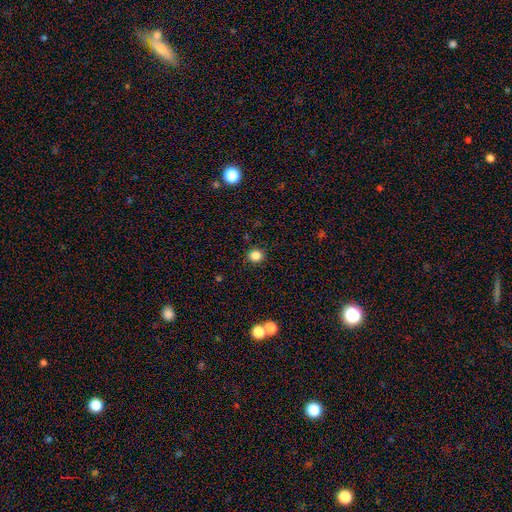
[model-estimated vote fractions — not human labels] A smooth galaxy with no disk features (85%) that is round (89%).

Vote fractions:
- Smooth or featured? smooth: 85% / star or artifact: 12% / featured or disk: 4%
- How rounded? round: 89% / in between: 10% / cigar-shaped: 1%
- Merging? none: 90% / minor disturbance: 6% / major disturbance: 2% / merger: 2%